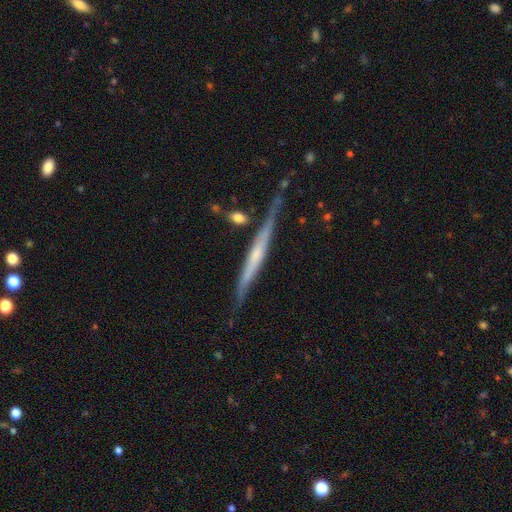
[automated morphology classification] A featured or disk galaxy (69%) viewed edge-on (96%) with no central bulge (57%). Merging: none (73%).